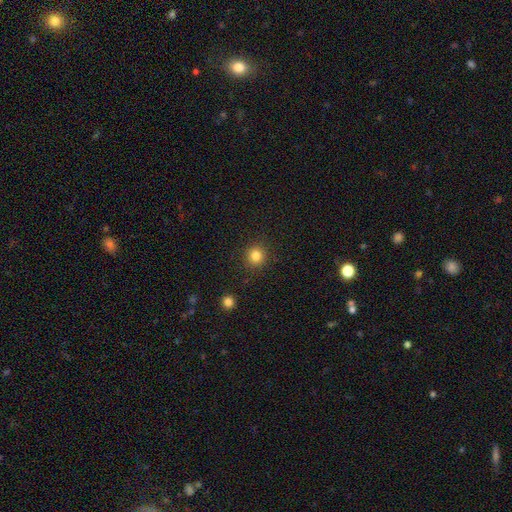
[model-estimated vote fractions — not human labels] The model was most divided on "smooth or featured": smooth: 83%, star or artifact: 12%, featured or disk: 5%. More confident: how rounded — round (91%); merging — none (90%).